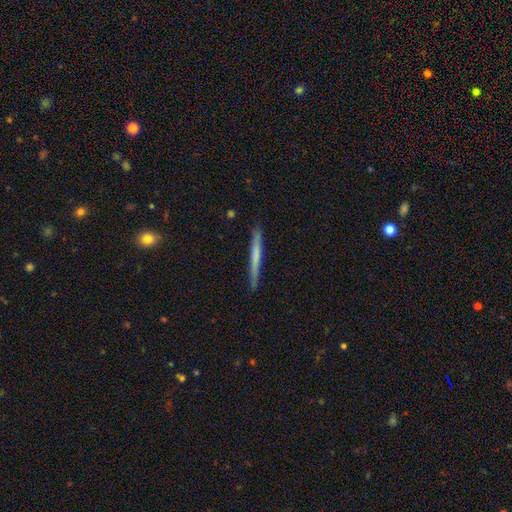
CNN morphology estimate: smooth_or_featured: smooth (p=0.56) [alt: featured or disk p=0.39]
how_rounded: cigar-shaped (p=0.97) [alt: in between p=0.02]
merging: none (p=0.89) [alt: minor disturbance p=0.08]